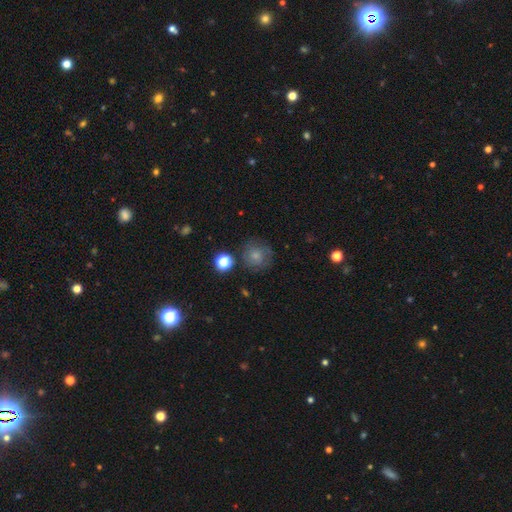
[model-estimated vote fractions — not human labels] Smooth or featured? smooth (61%)
How rounded? round (88%)
Merging? none (70%)